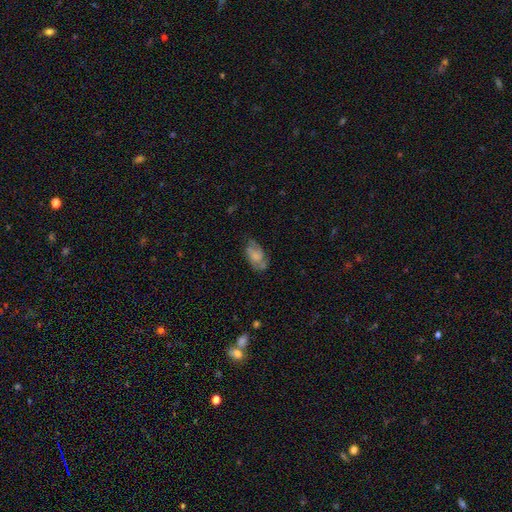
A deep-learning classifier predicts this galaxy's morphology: A smooth galaxy with no disk features (49%).

Vote fractions:
- Smooth or featured? smooth: 49% / featured or disk: 42% / star or artifact: 9%
- Merging? none: 52% / minor disturbance: 29% / major disturbance: 15% / merger: 4%